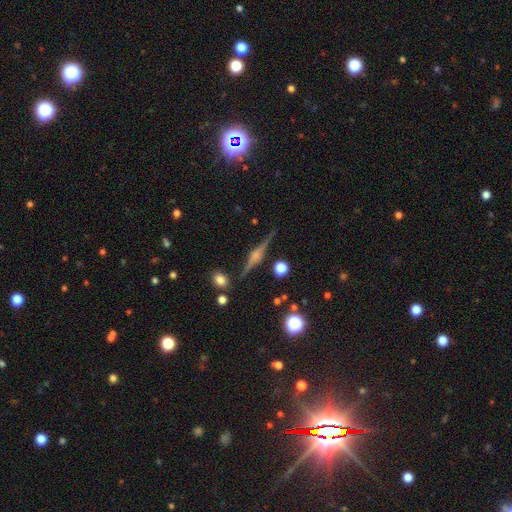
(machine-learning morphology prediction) Smooth or featured? Predicted: featured or disk (p=0.80). Edge-on disk? Predicted: yes (p=0.97). Edge-on bulge? Predicted: rounded (p=0.77). Merging? Predicted: none (p=0.85).